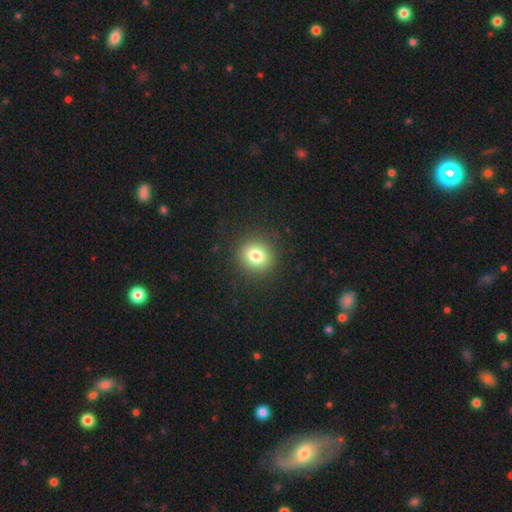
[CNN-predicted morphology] The model was most divided on "how rounded": round: 83%, in between: 16%, cigar-shaped: 1%. More confident: merging — none (90%); smooth or featured — smooth (80%).